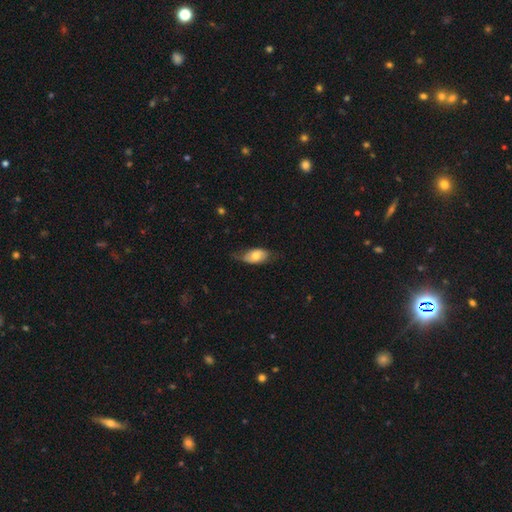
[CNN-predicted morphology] Smooth or featured? smooth (65%)
How rounded? in between (91%)
Merging? none (55%)